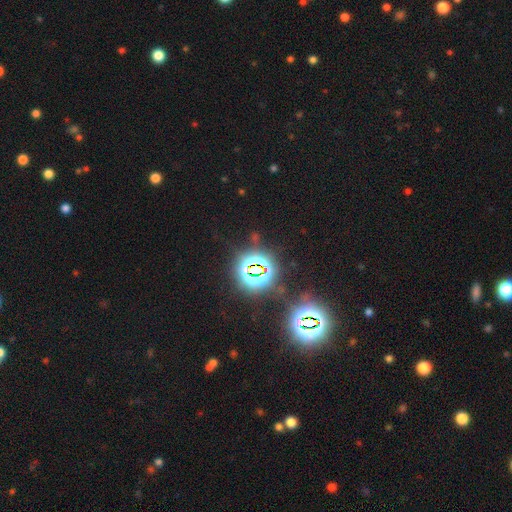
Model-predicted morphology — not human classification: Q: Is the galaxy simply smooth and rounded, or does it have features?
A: star or artifact — 81%.